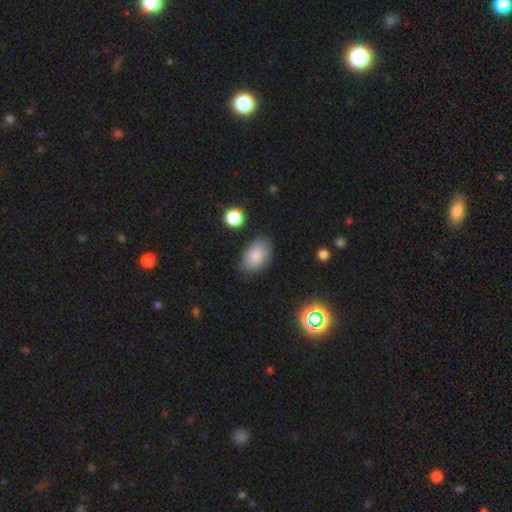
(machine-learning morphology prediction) A smooth galaxy with no disk features (85%) that is in between round and cigar-shaped (92%).

Vote fractions:
- Smooth or featured? smooth: 85% / star or artifact: 8% / featured or disk: 8%
- How rounded? in between: 92% / round: 7% / cigar-shaped: 1%
- Merging? none: 82% / minor disturbance: 13% / major disturbance: 3% / merger: 2%